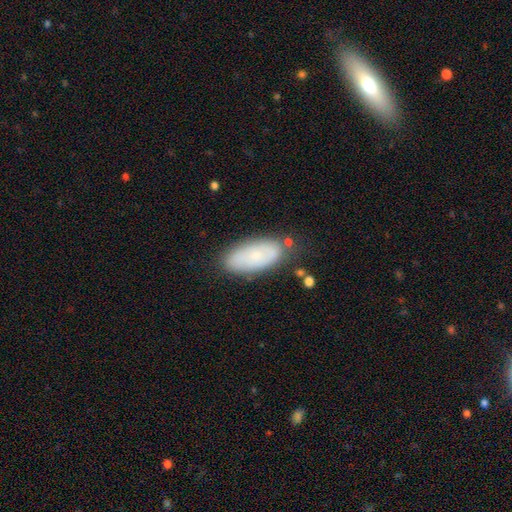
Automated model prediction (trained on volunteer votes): Overall: smooth (68%). How rounded: in between (89%). Merging: none (75%).